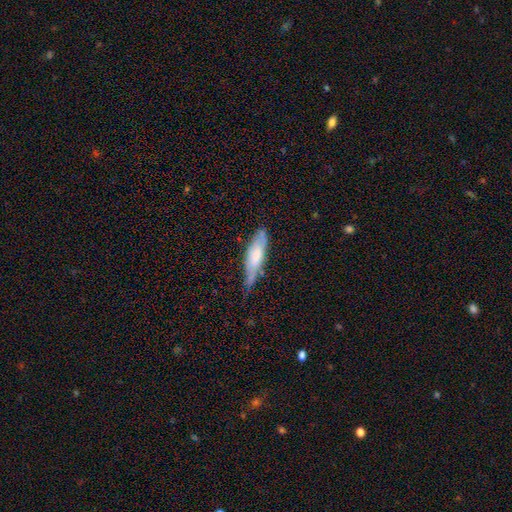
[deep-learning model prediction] Q: Smooth or featured?
A: smooth (57%); runner-up: featured or disk (37%)
Q: How rounded?
A: cigar-shaped (57%); runner-up: in between (42%)
Q: Merging?
A: none (51%); runner-up: minor disturbance (38%)